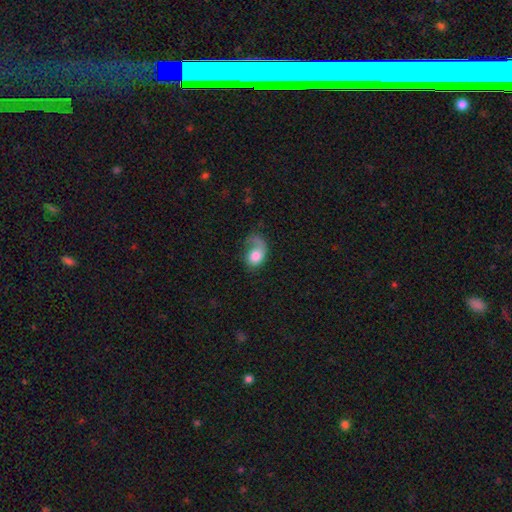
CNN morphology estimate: smooth 60%, featured or disk 32%, star or artifact 8%. Down the decision tree: how rounded — in between (65%); merging — major disturbance (47%).